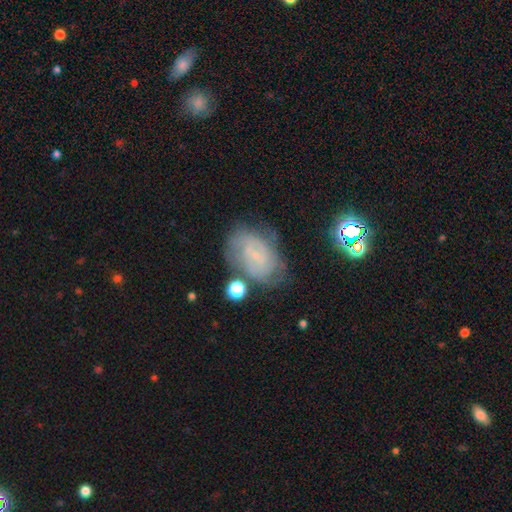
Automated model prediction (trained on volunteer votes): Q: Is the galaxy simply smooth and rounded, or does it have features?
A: featured or disk — 65%.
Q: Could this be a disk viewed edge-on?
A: no — 97%.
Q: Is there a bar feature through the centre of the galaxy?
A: no — 48%.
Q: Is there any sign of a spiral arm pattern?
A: yes — 83%.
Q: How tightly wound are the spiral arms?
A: tight — 54%.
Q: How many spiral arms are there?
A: can't tell — 43%.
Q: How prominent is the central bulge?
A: small — 62%.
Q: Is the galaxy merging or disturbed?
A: none — 61%.